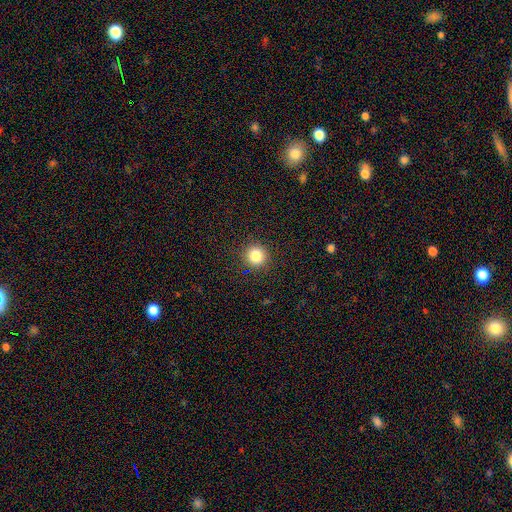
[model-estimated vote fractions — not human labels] This is clearly a smooth galaxy (84%). How rounded: clearly round (93%). Merging: clearly none (91%).